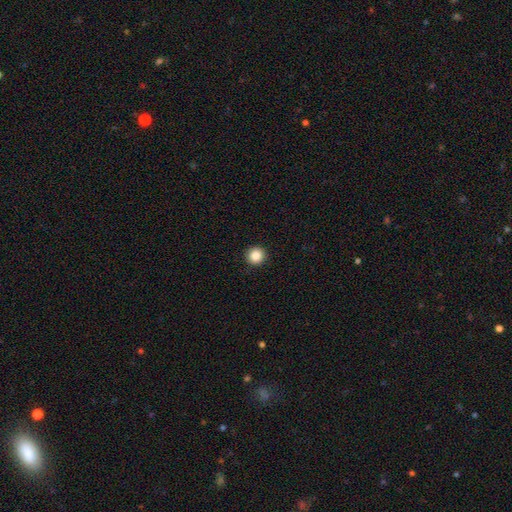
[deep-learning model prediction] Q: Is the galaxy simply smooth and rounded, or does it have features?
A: smooth — 86%.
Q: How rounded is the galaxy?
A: round — 95%.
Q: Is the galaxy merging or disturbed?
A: none — 93%.